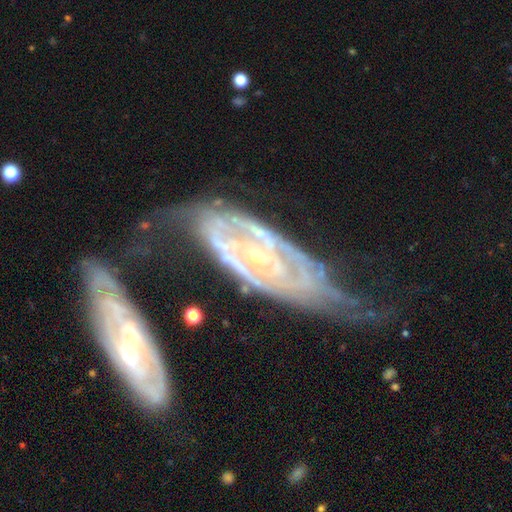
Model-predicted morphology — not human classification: A featured or disk galaxy (85%) with no bar (62%), tight (68%) spiral arms (85%) and a small central bulge (71%).

Vote fractions:
- Smooth or featured? featured or disk: 85% / smooth: 9% / star or artifact: 6%
- Edge-on disk? no: 89% / yes: 11%
- Bar? no: 62% / weak: 24% / strong: 14%
- Spiral arms? yes: 85% / no: 15%
- Spiral winding? tight: 68% / medium: 24% / loose: 9%
- Spiral arm count? can't tell: 47% / 2: 30% / 3: 9% / 4: 5% / 1: 5% / more than 4: 4%
- Bulge size? small: 71% / moderate: 24% / none: 2% / large: 1% / dominant: 1%
- Merging? merger: 27% / none: 25% / minor disturbance: 24% / major disturbance: 24%